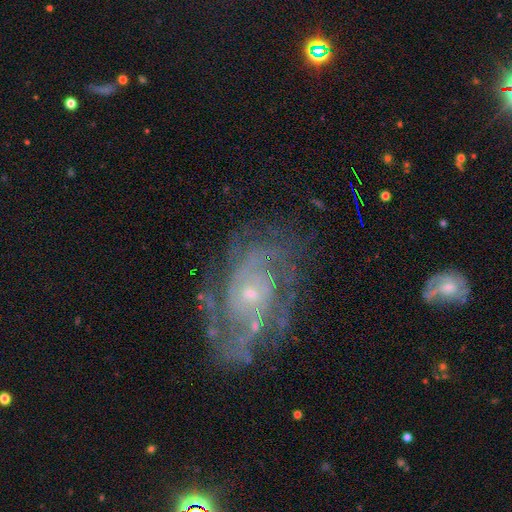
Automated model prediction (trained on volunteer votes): A featured or disk galaxy (87%) with no bar (73%), 2 (31%) tight (57%) spiral arms (96%) and a small central bulge (75%). Merging: none (72%).